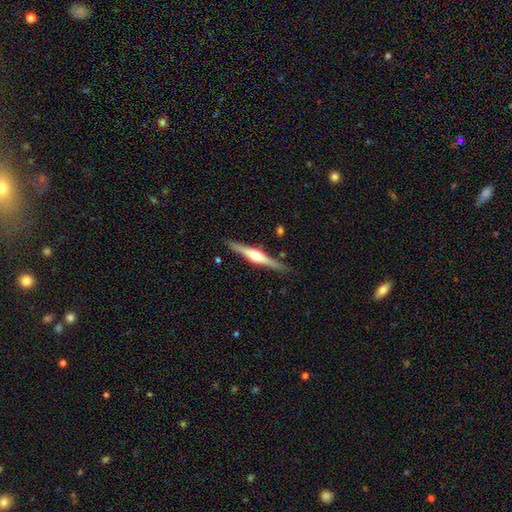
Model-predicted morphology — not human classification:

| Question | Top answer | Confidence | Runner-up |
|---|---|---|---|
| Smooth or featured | featured or disk | 75% | smooth (20%) |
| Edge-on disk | yes | 98% | no (2%) |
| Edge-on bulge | rounded | 91% | boxy (6%) |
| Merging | none | 89% | minor disturbance (8%) |